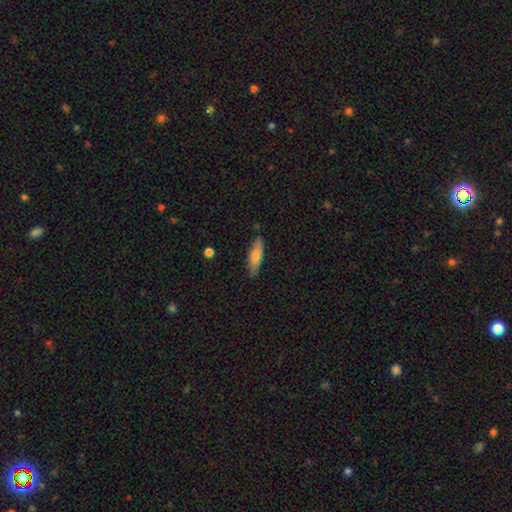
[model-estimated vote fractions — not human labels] smooth_or_featured: smooth (p=0.71) [alt: featured or disk p=0.23]
how_rounded: cigar-shaped (p=0.60) [alt: in between p=0.38]
merging: none (p=0.84) [alt: minor disturbance p=0.13]